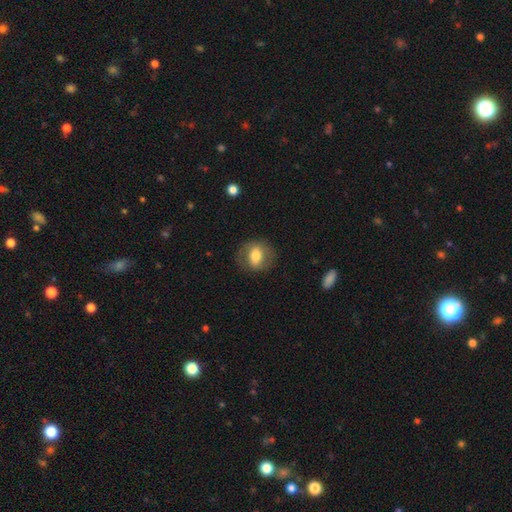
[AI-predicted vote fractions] smooth_or_featured: smooth (p=0.59) [alt: featured or disk p=0.33]
how_rounded: round (p=0.55) [alt: in between p=0.44]
merging: none (p=0.77) [alt: minor disturbance p=0.14]